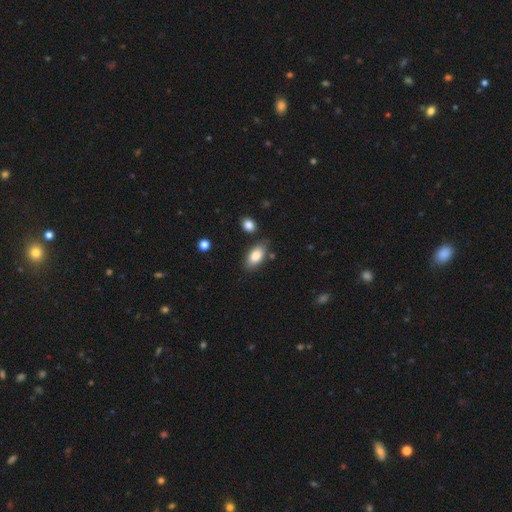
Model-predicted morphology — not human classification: Smooth or featured?
  - smooth: 83% *
  - featured or disk: 11%
  - star or artifact: 7%
How rounded?
  - in between: 92% *
  - cigar-shaped: 5%
  - round: 4%
Merging?
  - none: 80% *
  - minor disturbance: 13%
  - merger: 5%
  - major disturbance: 3%